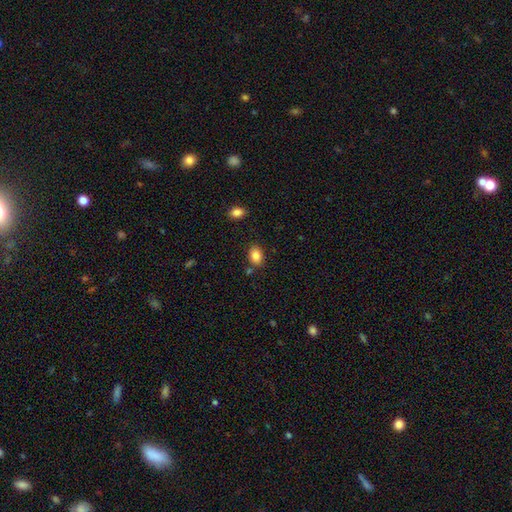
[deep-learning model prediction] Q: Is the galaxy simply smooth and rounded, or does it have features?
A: smooth — 86%.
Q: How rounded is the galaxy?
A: in between — 78%.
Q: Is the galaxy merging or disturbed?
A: none — 79%.